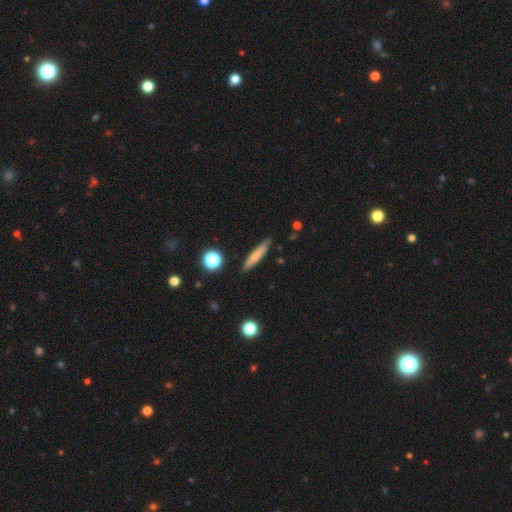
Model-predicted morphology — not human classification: type=smooth (70%); roundness=cigar-shaped (88%); merging=none (85%).